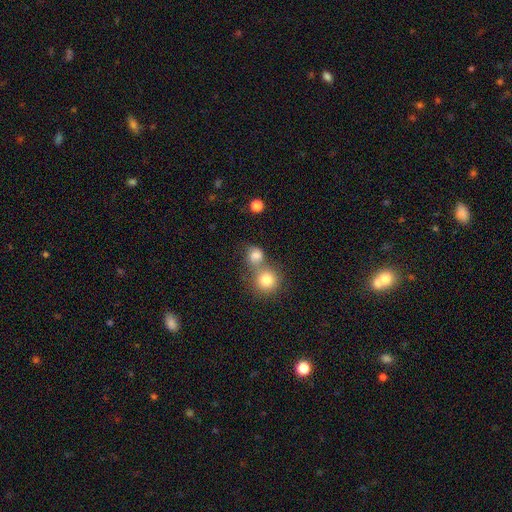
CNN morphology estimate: This appears to be a smooth galaxy with no disk features (79%) that is round (76%). Merging: merger (47%).